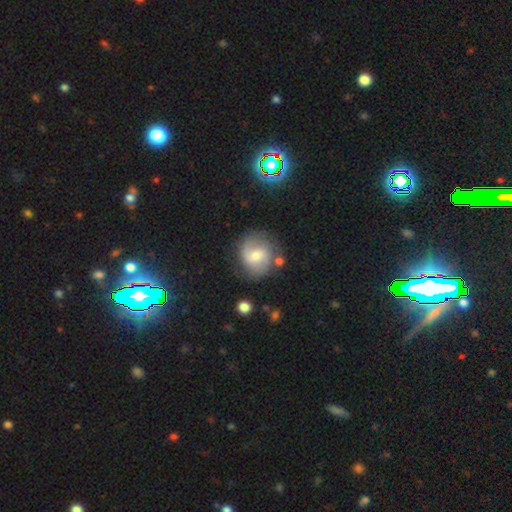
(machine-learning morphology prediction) Smooth or featured? Predicted: featured or disk (p=0.70). Edge-on disk? Predicted: no (p=0.98). Bar? Predicted: weak (p=0.51). Spiral arms? Predicted: yes (p=0.92). Spiral winding? Predicted: medium (p=0.48). Spiral arm count? Predicted: 2 (p=0.85). Bulge size? Predicted: moderate (p=0.51). Merging? Predicted: none (p=0.74).